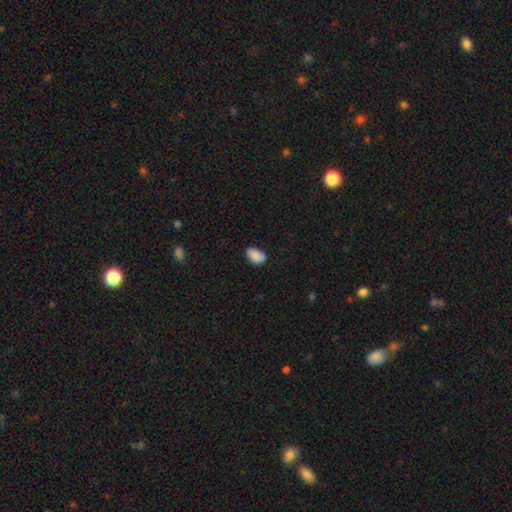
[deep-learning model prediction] A smooth galaxy with no disk features (88%) that is in between round and cigar-shaped (91%).

Vote fractions:
- Smooth or featured? smooth: 88% / star or artifact: 7% / featured or disk: 5%
- How rounded? in between: 91% / round: 8% / cigar-shaped: 1%
- Merging? none: 77% / minor disturbance: 19% / major disturbance: 3% / merger: 1%